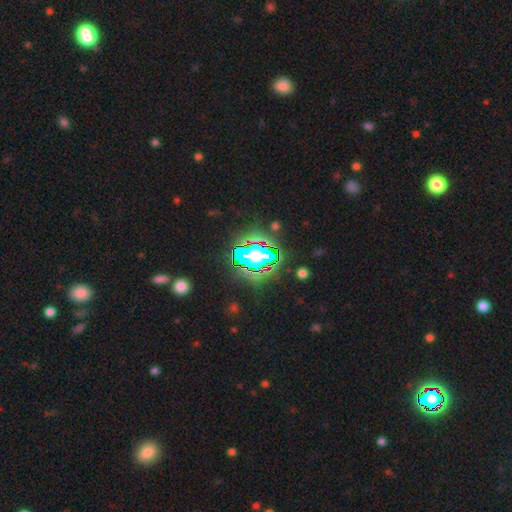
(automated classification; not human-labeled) Smooth or featured: star or artifact — 65% (smooth — 22%)